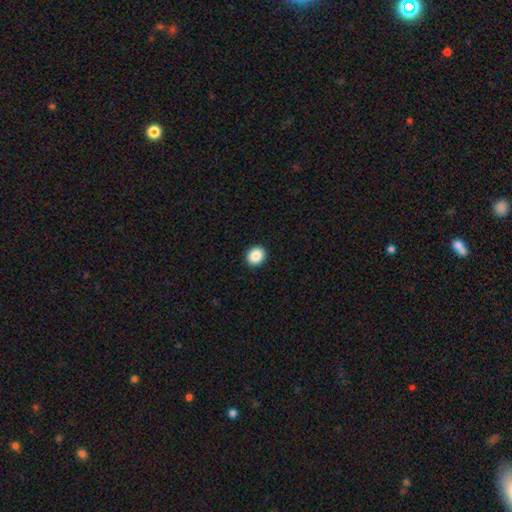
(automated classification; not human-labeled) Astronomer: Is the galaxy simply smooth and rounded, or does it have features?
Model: smooth — 88%.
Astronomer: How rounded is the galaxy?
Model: round — 74%.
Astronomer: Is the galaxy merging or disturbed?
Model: none — 93%.